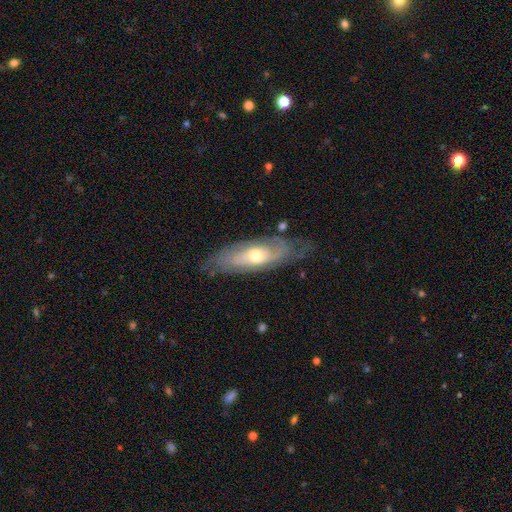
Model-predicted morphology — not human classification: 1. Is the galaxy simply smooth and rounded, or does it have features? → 64% featured or disk, 30% smooth, 6% star or artifact.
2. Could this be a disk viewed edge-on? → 76% no, 24% yes.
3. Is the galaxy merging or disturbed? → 69% none, 21% minor disturbance, 8% major disturbance, 2% merger.